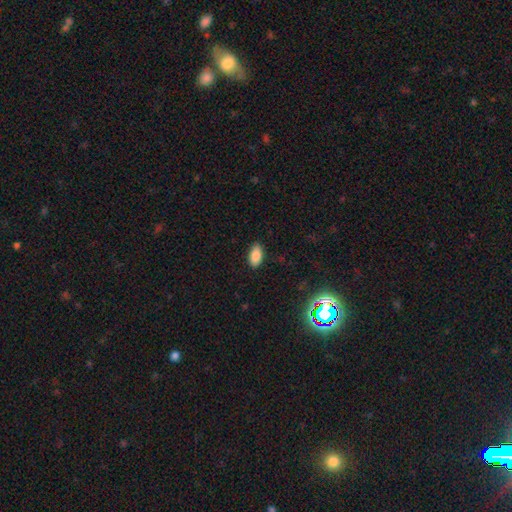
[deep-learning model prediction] The model was most divided on "merging": none: 86%, minor disturbance: 11%, major disturbance: 2%, merger: 1%. More confident: how rounded — in between (93%); smooth or featured — smooth (85%).